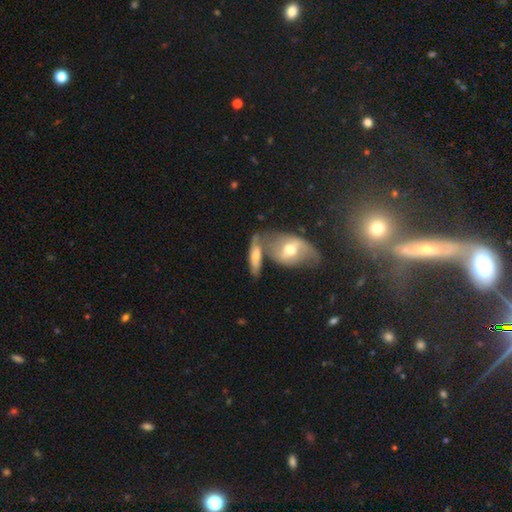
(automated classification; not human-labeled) Smooth or featured?
  - smooth: 51% *
  - featured or disk: 42%
  - star or artifact: 7%
How rounded?
  - in between: 60% *
  - cigar-shaped: 34%
  - round: 6%
Merging?
  - merger: 39% *
  - none: 36%
  - minor disturbance: 16%
  - major disturbance: 9%